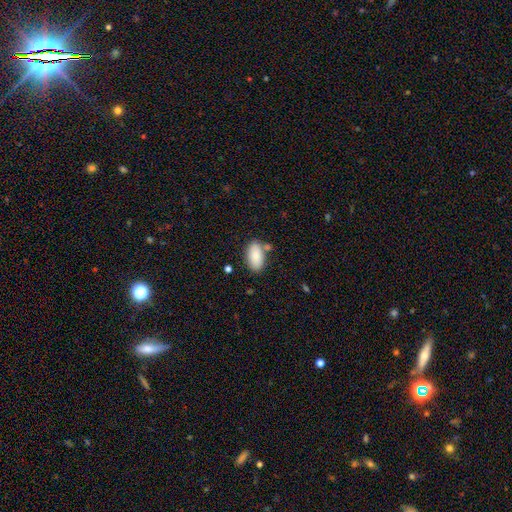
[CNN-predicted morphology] This is clearly a smooth galaxy (87%). How rounded: clearly in between (95%). Merging: likely none (74%).